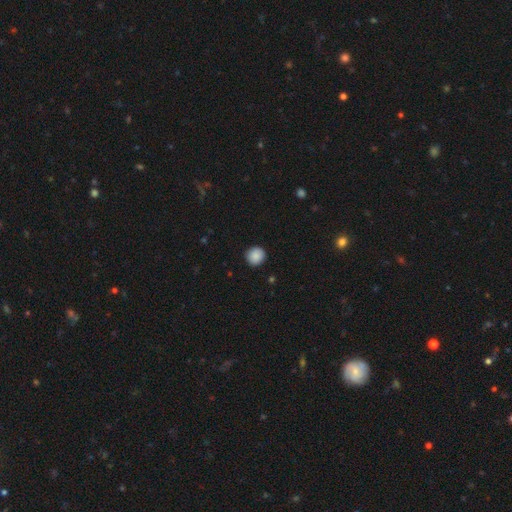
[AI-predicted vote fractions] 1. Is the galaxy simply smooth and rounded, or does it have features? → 88% smooth, 8% star or artifact, 3% featured or disk.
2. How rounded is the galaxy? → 94% round, 5% in between, 1% cigar-shaped.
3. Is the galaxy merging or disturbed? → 92% none, 6% minor disturbance, 2% major disturbance, 1% merger.